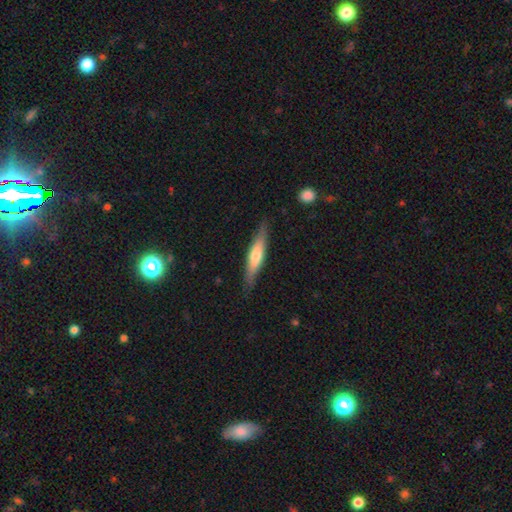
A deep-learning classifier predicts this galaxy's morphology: The model was most divided on "smooth or featured": smooth: 51%, featured or disk: 44%, star or artifact: 5%. More confident: how rounded — cigar-shaped (84%); merging — none (83%).